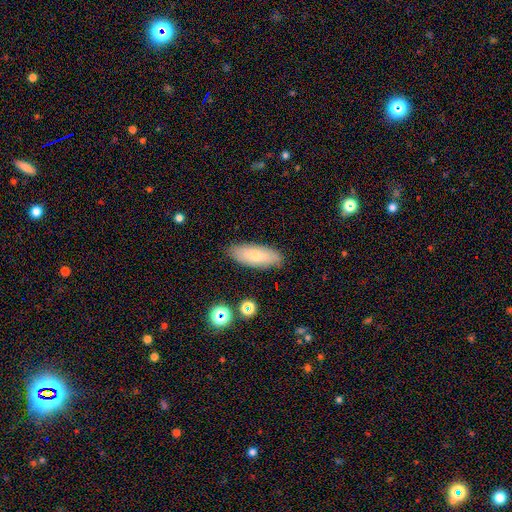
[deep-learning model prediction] This appears to be a smooth galaxy with no disk features (71%) that is in between round and cigar-shaped (76%). Merging: none (84%).